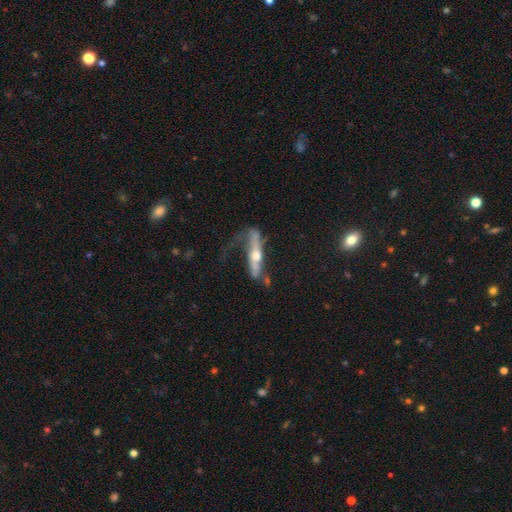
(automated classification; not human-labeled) Smooth or featured? featured or disk (63%)
Edge-on disk? yes (69%)
Merging? major disturbance (36%)